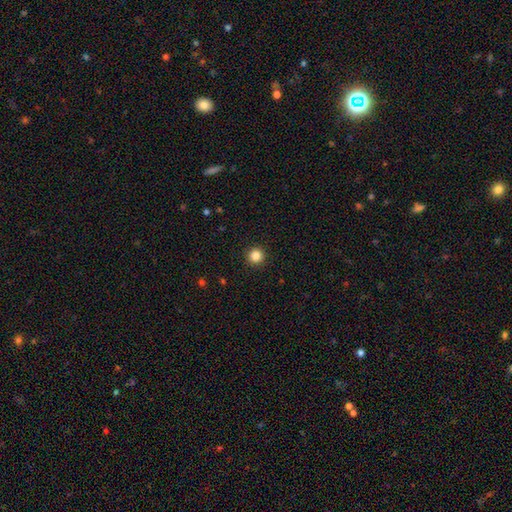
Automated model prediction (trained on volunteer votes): A smooth galaxy with no disk features (85%) that is round (96%). Merging: none (93%).